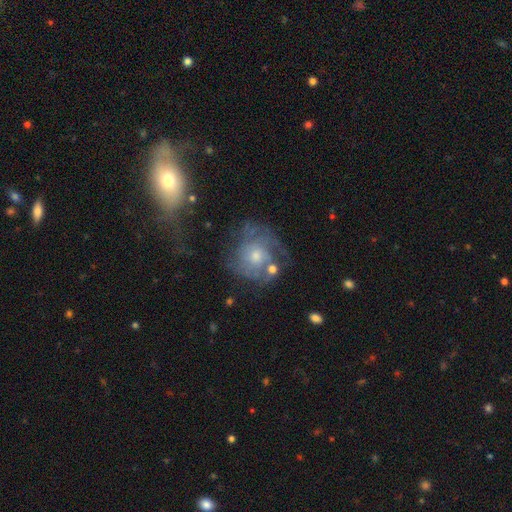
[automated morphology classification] Smooth or featured? Predicted: featured or disk (p=0.67). Edge-on disk? Predicted: no (p=0.97). Bar? Predicted: no (p=0.81). Spiral arms? Predicted: yes (p=0.79). Spiral winding? Predicted: tight (p=0.55). Spiral arm count? Predicted: can't tell (p=0.46). Bulge size? Predicted: moderate (p=0.53). Merging? Predicted: none (p=0.51).